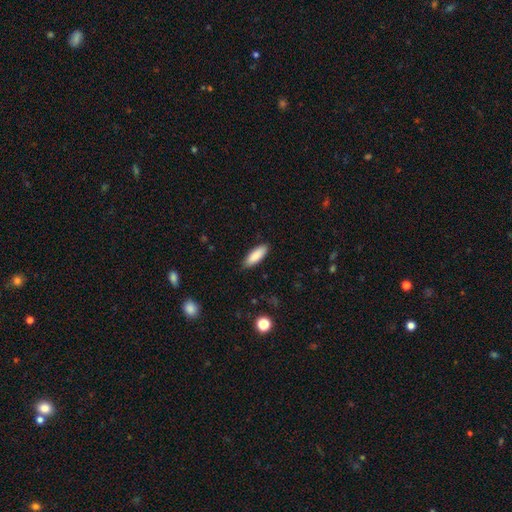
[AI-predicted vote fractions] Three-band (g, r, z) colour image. It shows a smooth galaxy with no disk features (88%) that is in between round and cigar-shaped (66%). Merging: none (87%).